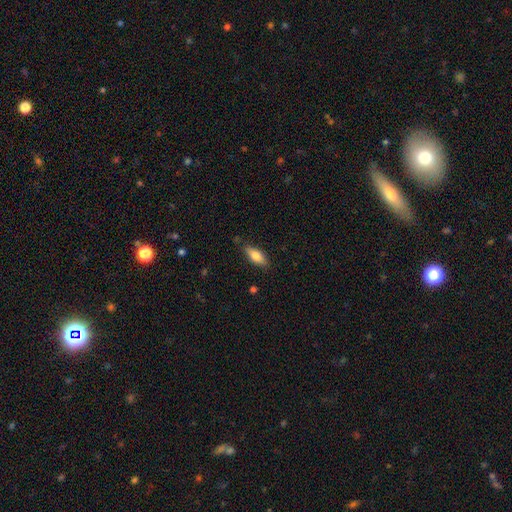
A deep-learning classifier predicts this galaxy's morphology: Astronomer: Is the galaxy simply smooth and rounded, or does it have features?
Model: smooth — 74%.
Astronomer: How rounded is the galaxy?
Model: in between — 70%.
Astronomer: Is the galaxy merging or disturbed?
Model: none — 81%.